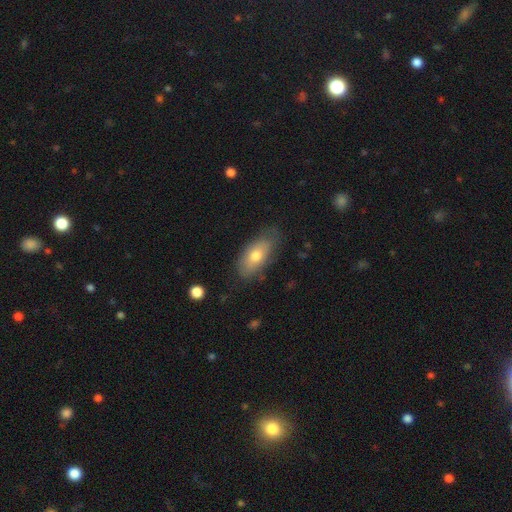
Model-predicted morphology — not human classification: Overall: smooth (69%). How rounded: in between (89%). Merging: none (70%).